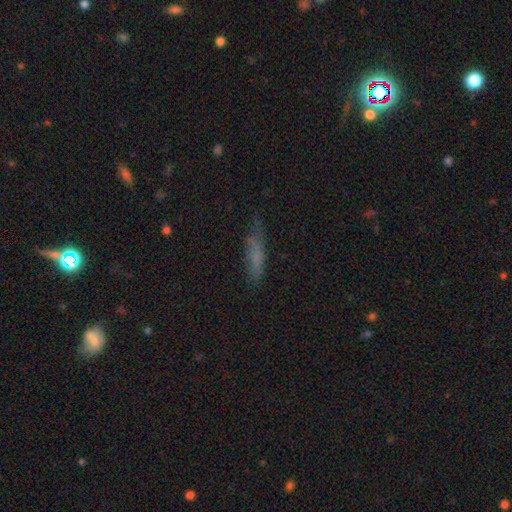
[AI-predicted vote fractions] Smooth or featured? Predicted: smooth (p=0.65). How rounded? Predicted: cigar-shaped (p=0.78). Merging? Predicted: none (p=0.65).